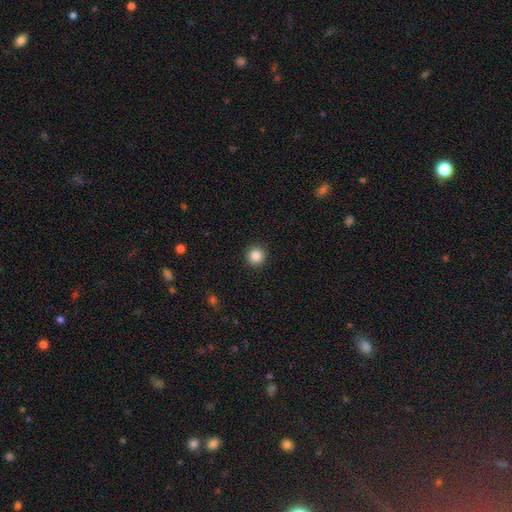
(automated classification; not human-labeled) A smooth galaxy with no disk features (86%) that is round (96%). Merging: none (93%).